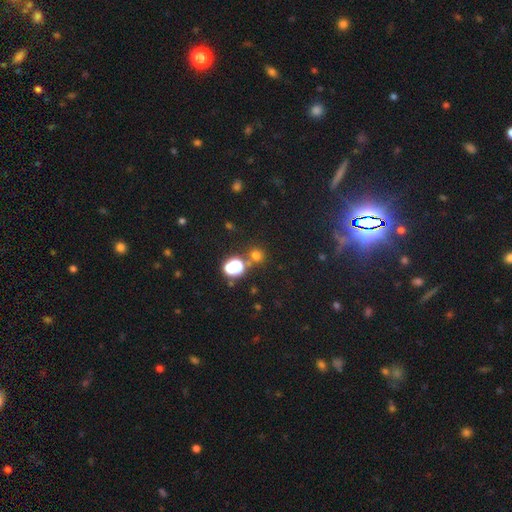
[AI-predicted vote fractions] smooth 64%, star or artifact 30%, featured or disk 6%. Down the decision tree: how rounded — round (88%); merging — none (76%).